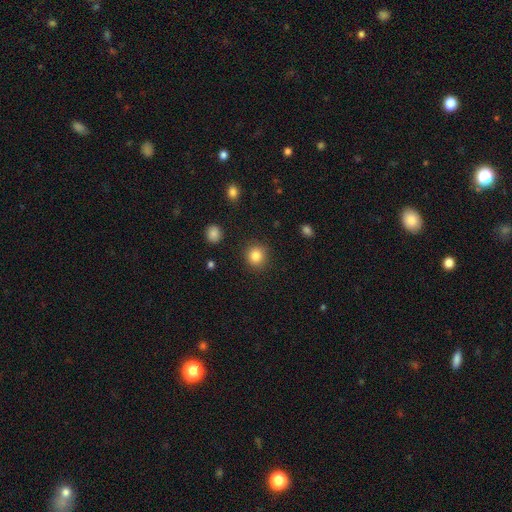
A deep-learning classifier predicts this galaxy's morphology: Smooth or featured? Predicted: smooth (p=0.85). How rounded? Predicted: round (p=0.90). Merging? Predicted: none (p=0.89).